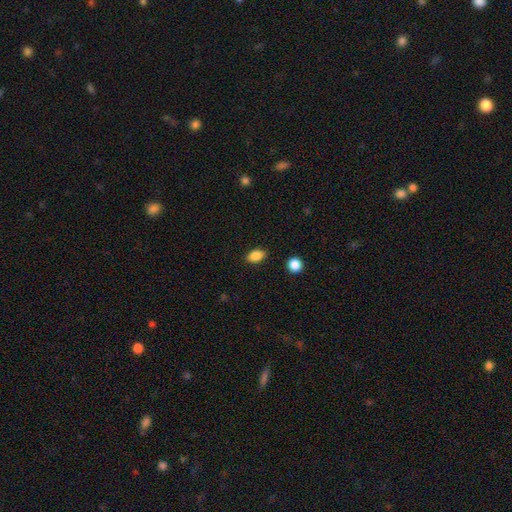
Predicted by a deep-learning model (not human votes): A smooth galaxy with no disk features (86%) that is in between round and cigar-shaped (85%).

Vote fractions:
- Smooth or featured? smooth: 86% / star or artifact: 9% / featured or disk: 5%
- How rounded? in between: 85% / round: 13% / cigar-shaped: 2%
- Merging? none: 86% / minor disturbance: 10% / major disturbance: 2% / merger: 2%